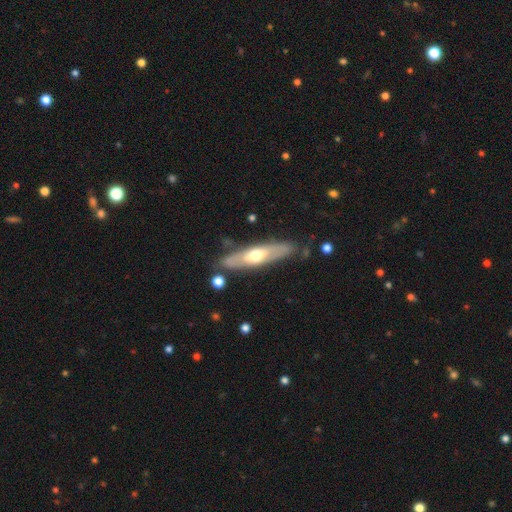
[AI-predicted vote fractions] A featured or disk galaxy (56%) viewed edge-on (64%).

Vote fractions:
- Smooth or featured? featured or disk: 56% / smooth: 38% / star or artifact: 5%
- Edge-on disk? yes: 64% / no: 36%
- Merging? none: 80% / minor disturbance: 13% / major disturbance: 3% / merger: 3%